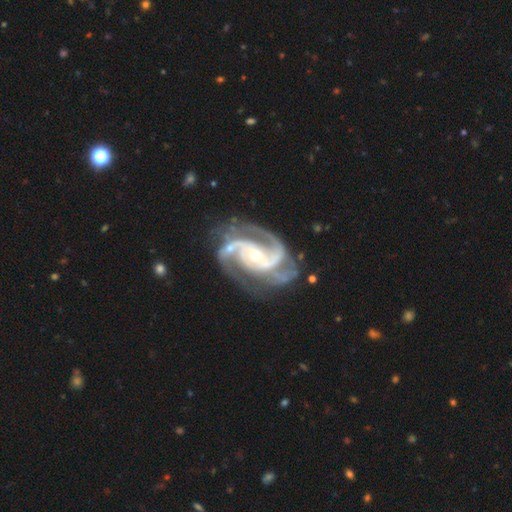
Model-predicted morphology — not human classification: The model was most divided on "bulge size": small: 48%, moderate: 47%, large: 3%, none: 1%, dominant: 1%. Remaining: spiral arms — yes (99%); edge-on disk — no (98%); smooth or featured — featured or disk (94%); merging — none (61%); spiral winding — medium (55%); spiral arm count — 2 (53%); bar — no (43%).